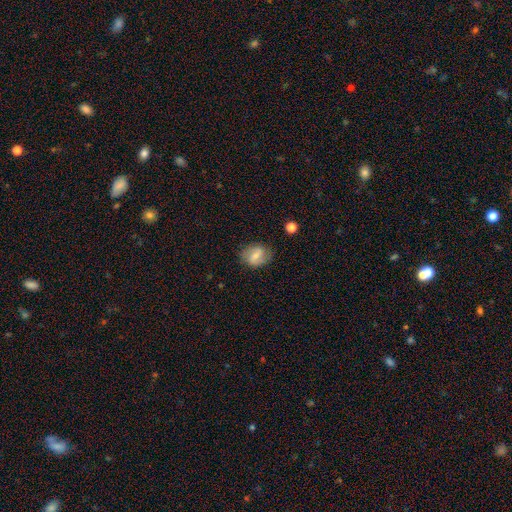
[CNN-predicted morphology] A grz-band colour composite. It shows a smooth galaxy with no disk features (54%) that is in between round and cigar-shaped (56%). Merging: none (77%).